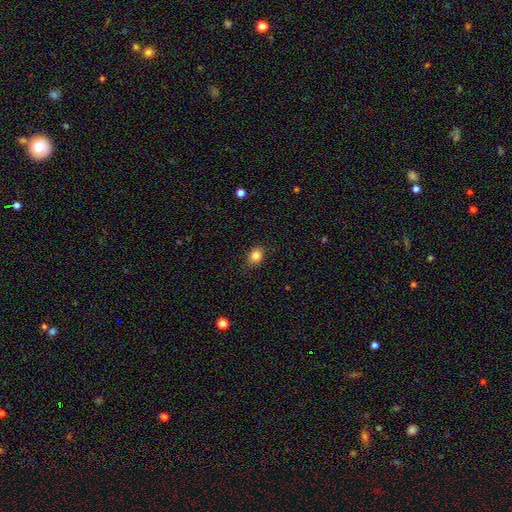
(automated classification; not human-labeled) Smooth or featured? Predicted: smooth (p=0.84). How rounded? Predicted: in between (p=0.53). Merging? Predicted: none (p=0.85).